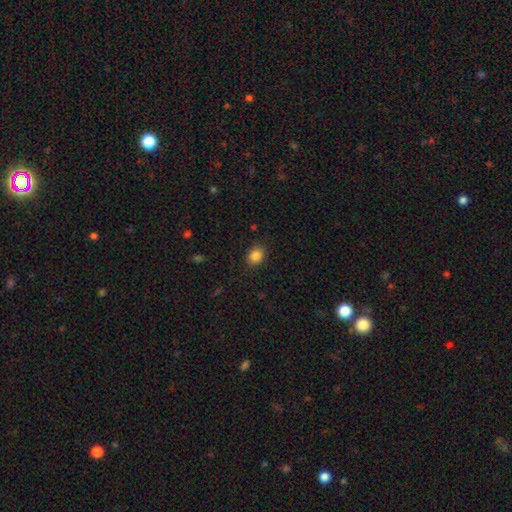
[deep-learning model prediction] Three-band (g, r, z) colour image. It shows a smooth galaxy with no disk features (85%) that is in between round and cigar-shaped (54%). Merging: none (86%).